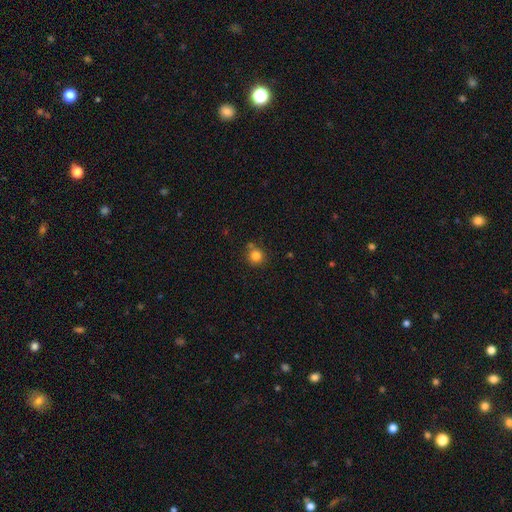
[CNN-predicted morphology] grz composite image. It shows a smooth galaxy with no disk features (82%) that is round (92%). Merging: none (75%).